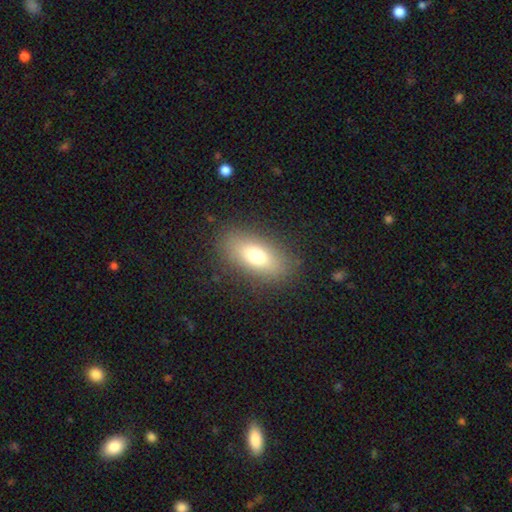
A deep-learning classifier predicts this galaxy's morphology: Q: Smooth or featured?
A: smooth (71%); runner-up: featured or disk (18%)
Q: How rounded?
A: in between (83%); runner-up: cigar-shaped (9%)
Q: Merging?
A: none (85%); runner-up: minor disturbance (10%)